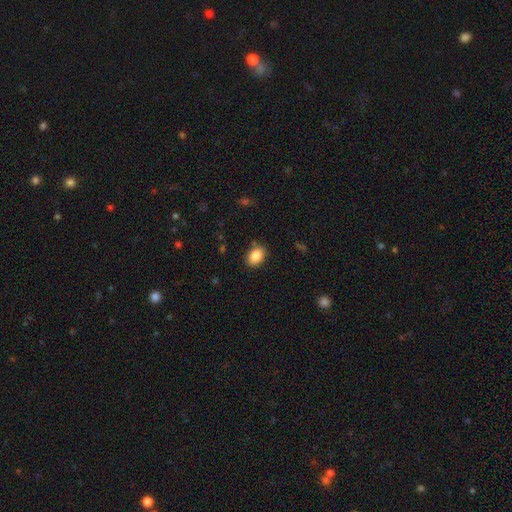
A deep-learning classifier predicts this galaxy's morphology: Smooth or featured?
  - smooth: 87% *
  - star or artifact: 8%
  - featured or disk: 4%
How rounded?
  - in between: 81% *
  - round: 18%
  - cigar-shaped: 1%
Merging?
  - none: 85% *
  - minor disturbance: 11%
  - major disturbance: 3%
  - merger: 2%